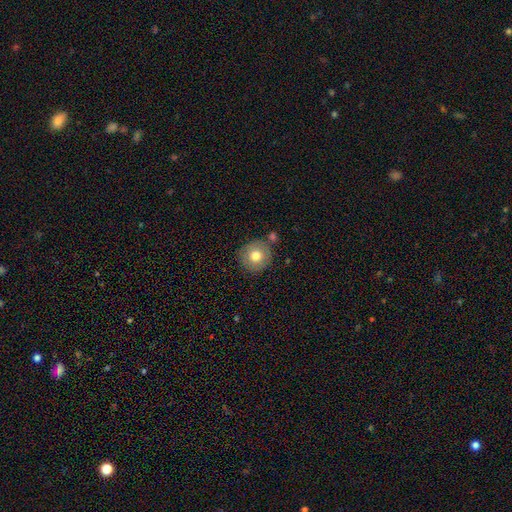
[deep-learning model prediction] smooth 74%, featured or disk 18%, star or artifact 9%. Down the decision tree: how rounded — round (93%); merging — none (77%).